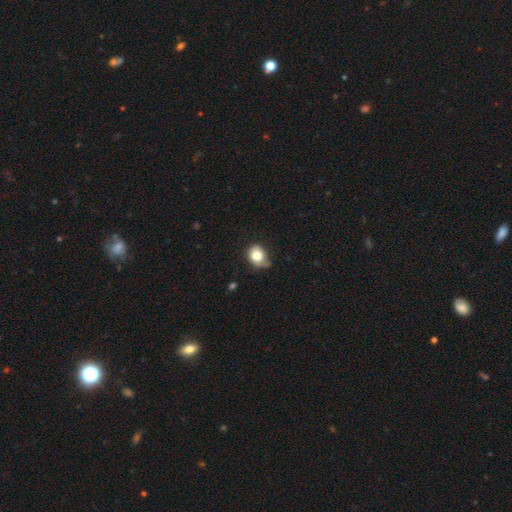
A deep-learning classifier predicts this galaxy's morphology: Overall: smooth (79%). How rounded: round (58%; in between 41%). Merging: none (51%; minor disturbance 35%).